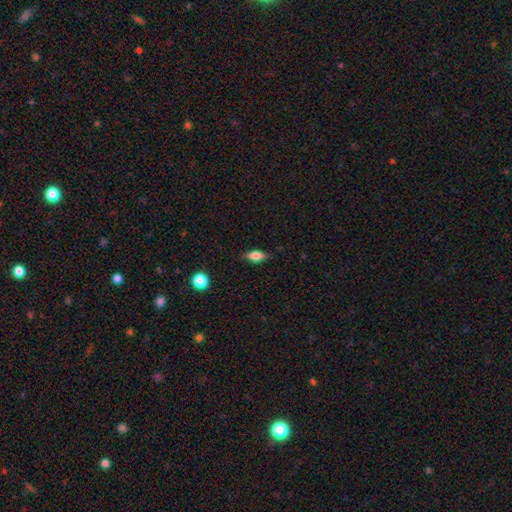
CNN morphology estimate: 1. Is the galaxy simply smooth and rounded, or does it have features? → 63% smooth, 28% featured or disk, 9% star or artifact.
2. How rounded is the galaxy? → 75% in between, 17% cigar-shaped, 8% round.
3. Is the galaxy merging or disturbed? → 81% none, 14% minor disturbance, 3% major disturbance, 1% merger.